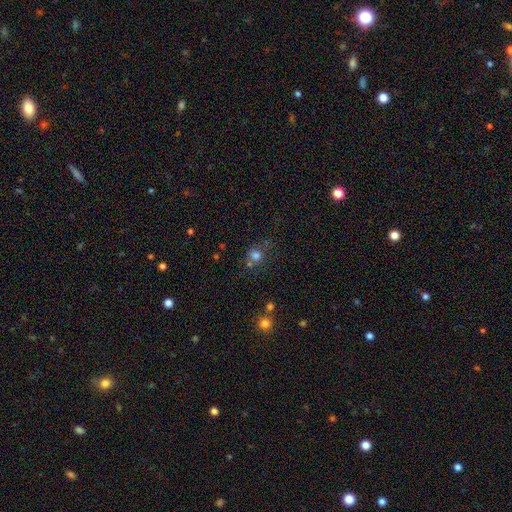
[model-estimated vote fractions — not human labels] A smooth galaxy with no disk features (75%) that is round (85%). Merging: none (63%).